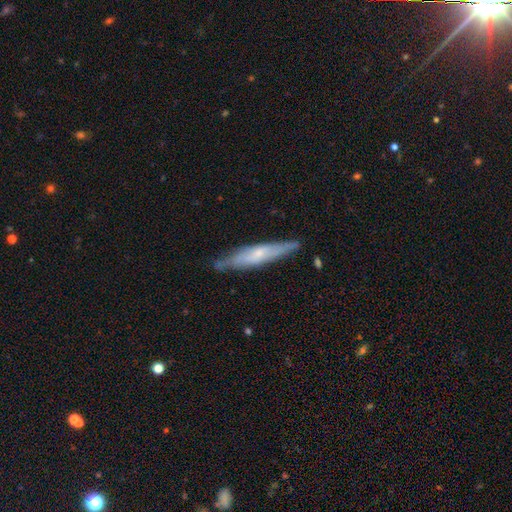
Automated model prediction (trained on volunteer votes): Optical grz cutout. It shows a featured or disk galaxy (54%) viewed edge-on (85%). Merging: none (83%).